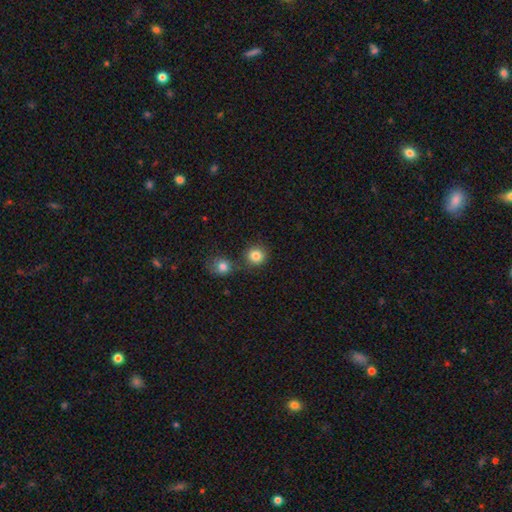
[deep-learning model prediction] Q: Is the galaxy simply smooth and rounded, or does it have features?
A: smooth — 84%.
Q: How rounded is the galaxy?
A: round — 90%.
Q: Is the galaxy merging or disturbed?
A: none — 73%.